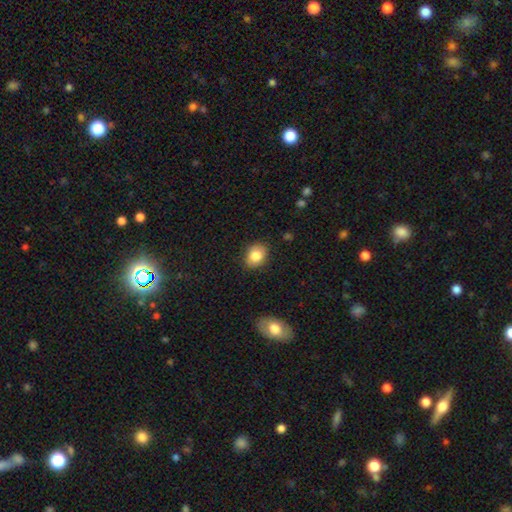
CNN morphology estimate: Smooth or featured: smooth — 81% (featured or disk — 10%)
How rounded: in between — 65% (round — 34%)
Merging: none — 85% (minor disturbance — 11%)